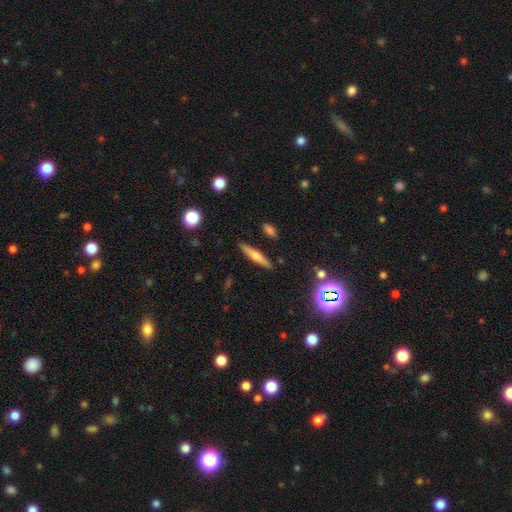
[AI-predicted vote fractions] Q: Smooth or featured?
A: featured or disk (48%); runner-up: smooth (44%)
Q: Merging?
A: none (88%); runner-up: minor disturbance (8%)